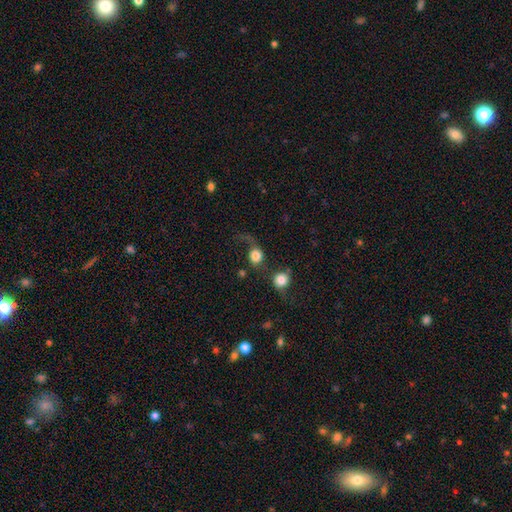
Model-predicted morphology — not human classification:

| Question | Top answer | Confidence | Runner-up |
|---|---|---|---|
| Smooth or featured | smooth | 73% | featured or disk (18%) |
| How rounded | round | 77% | in between (22%) |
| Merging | major disturbance | 35% | none (26%) |